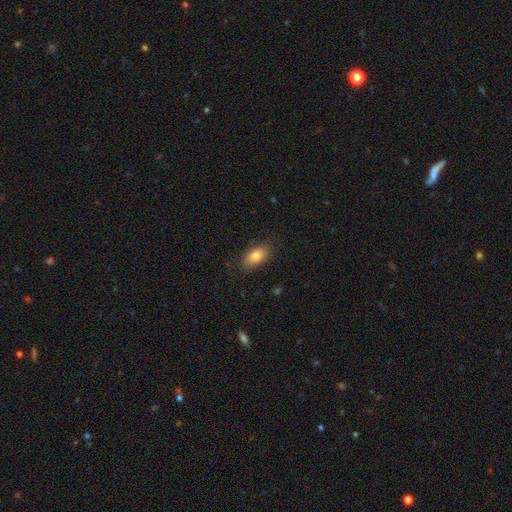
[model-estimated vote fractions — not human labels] A smooth galaxy with no disk features (83%) that is in between round and cigar-shaped (89%). Merging: none (84%).